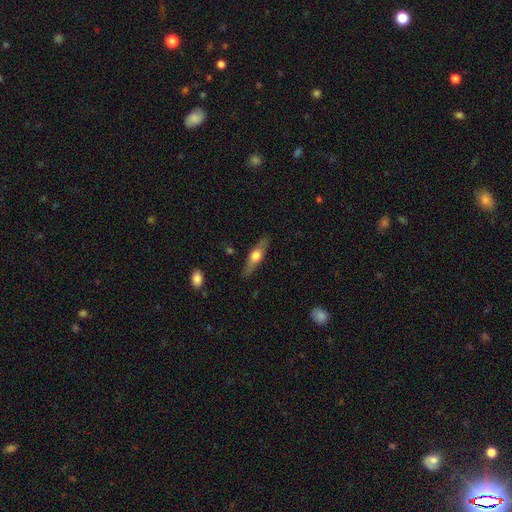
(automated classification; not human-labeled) A featured or disk galaxy (57%) viewed edge-on (91%) with a rounded central bulge (93%). Merging: none (86%).